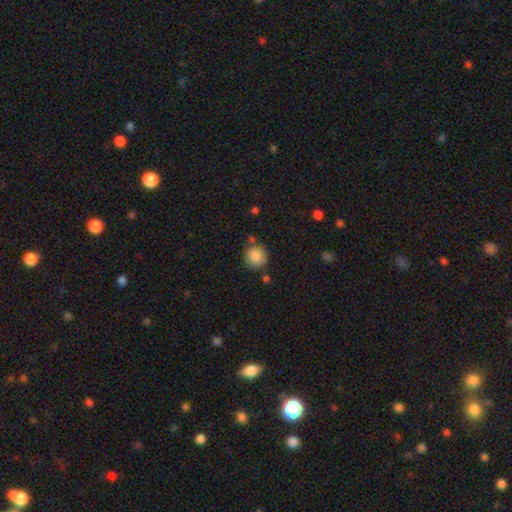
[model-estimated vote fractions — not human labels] A smooth galaxy with no disk features (87%) that is round (89%).

Vote fractions:
- Smooth or featured? smooth: 87% / star or artifact: 8% / featured or disk: 5%
- How rounded? round: 89% / in between: 10% / cigar-shaped: 1%
- Merging? none: 75% / minor disturbance: 13% / merger: 9% / major disturbance: 4%